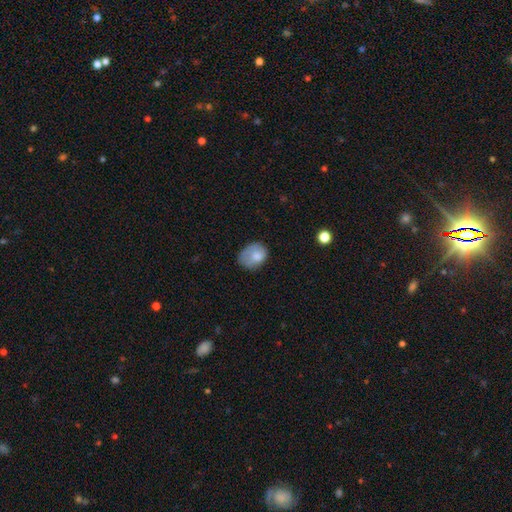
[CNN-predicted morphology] This is likely a smooth galaxy (73%). How rounded: likely in between (63%). Merging: possibly none (46%).